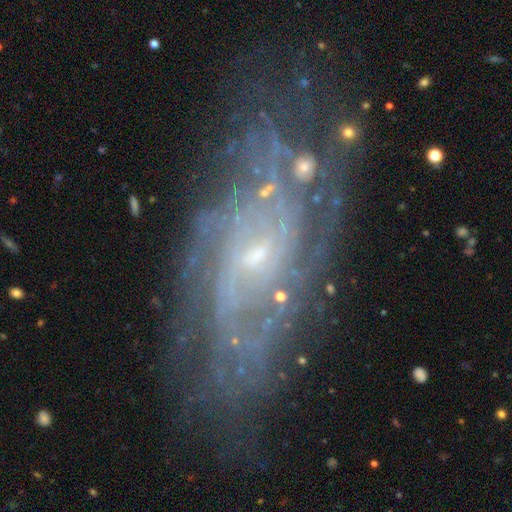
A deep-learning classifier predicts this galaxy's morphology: Smooth or featured? featured or disk (85%)
Edge-on disk? no (94%)
Bar? no (48%)
Spiral arms? yes (93%)
Spiral winding? tight (54%)
Spiral arm count? can't tell (42%)
Bulge size? small (73%)
Merging? none (70%)